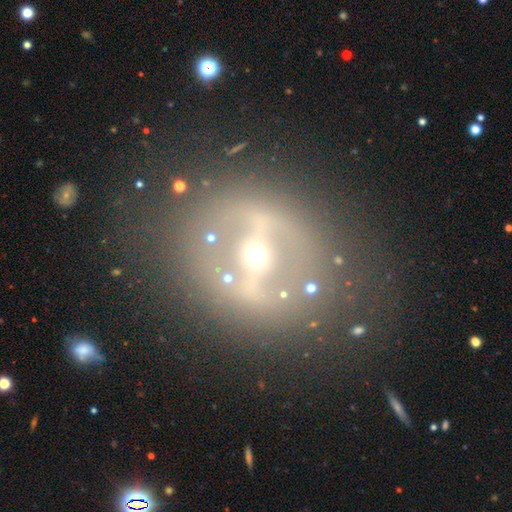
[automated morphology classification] This is likely a featured or disk galaxy (75%). It is clearly not viewed edge-on (87%). Bar: likely strong (66%). Spiral arm pattern: likely no (76%). Central bulge: likely small (64%). Merging: likely none (71%).